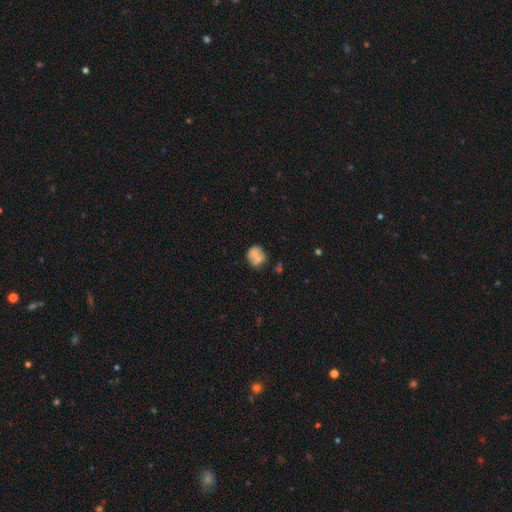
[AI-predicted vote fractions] Q: Smooth or featured?
A: smooth (67%); runner-up: featured or disk (23%)
Q: How rounded?
A: round (67%); runner-up: in between (32%)
Q: Merging?
A: none (42%); runner-up: merger (27%)